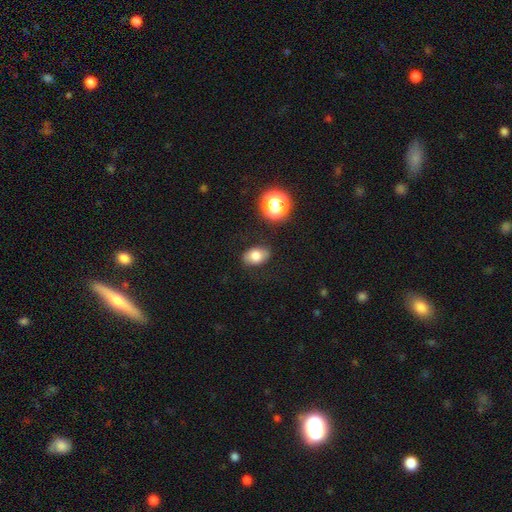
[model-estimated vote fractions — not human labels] Smooth or featured? Predicted: smooth (p=0.77). How rounded? Predicted: in between (p=0.82). Merging? Predicted: none (p=0.82).